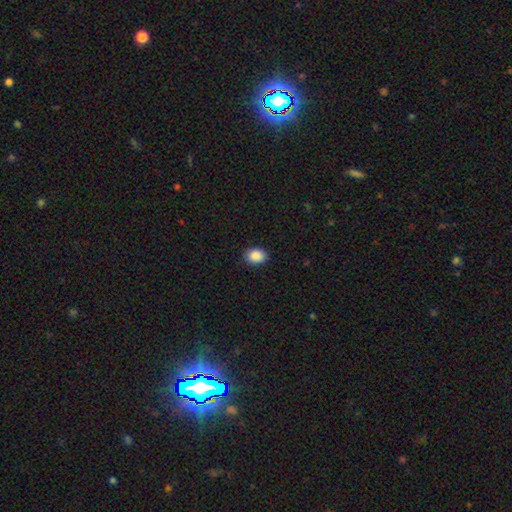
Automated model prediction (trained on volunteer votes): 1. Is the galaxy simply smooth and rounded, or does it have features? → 88% smooth, 8% star or artifact, 3% featured or disk.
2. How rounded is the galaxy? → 62% in between, 37% round, 1% cigar-shaped.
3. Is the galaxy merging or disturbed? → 90% none, 8% minor disturbance, 2% major disturbance, 1% merger.